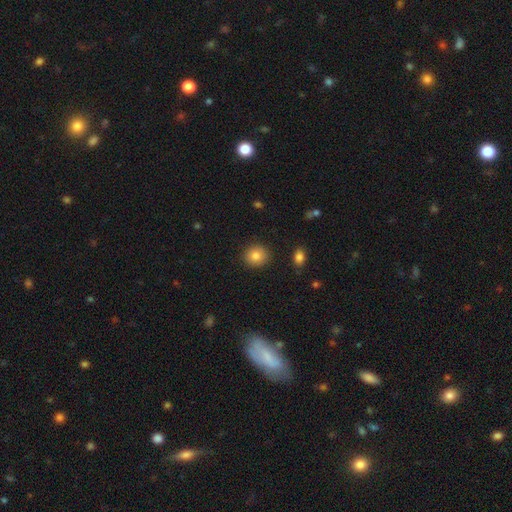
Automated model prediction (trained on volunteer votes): Q: Smooth or featured?
A: smooth (84%); runner-up: star or artifact (9%)
Q: How rounded?
A: round (86%); runner-up: in between (13%)
Q: Merging?
A: none (90%); runner-up: minor disturbance (6%)